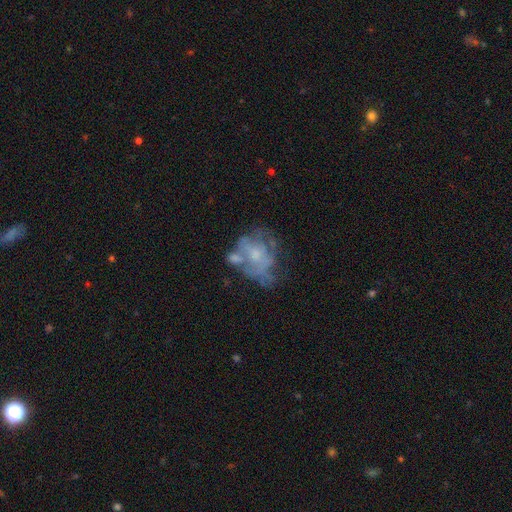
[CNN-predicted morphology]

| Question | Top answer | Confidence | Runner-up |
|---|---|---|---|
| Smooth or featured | featured or disk | 64% | smooth (26%) |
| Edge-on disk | no | 98% | yes (2%) |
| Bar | no | 84% | weak (13%) |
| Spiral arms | no | 67% | yes (33%) |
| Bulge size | small | 38% | moderate (37%) |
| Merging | none | 35% | major disturbance (26%) |